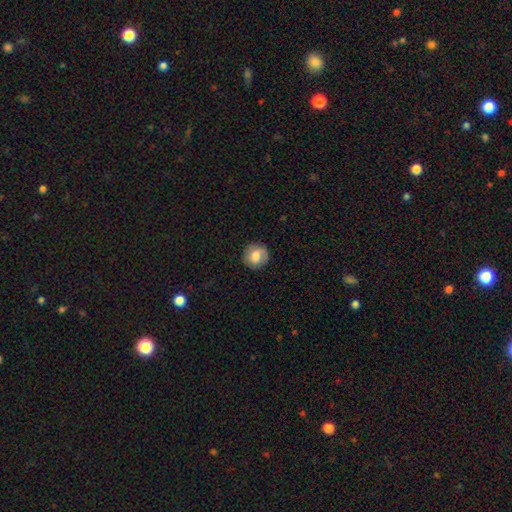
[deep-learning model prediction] Q: Smooth or featured?
A: smooth (68%); runner-up: featured or disk (23%)
Q: How rounded?
A: round (87%); runner-up: in between (12%)
Q: Merging?
A: none (83%); runner-up: minor disturbance (13%)